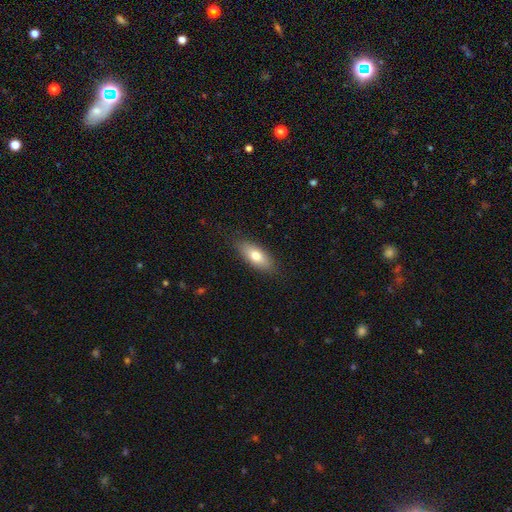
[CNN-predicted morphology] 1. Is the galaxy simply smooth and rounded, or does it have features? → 72% smooth, 21% featured or disk, 7% star or artifact.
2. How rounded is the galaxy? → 77% in between, 19% cigar-shaped, 4% round.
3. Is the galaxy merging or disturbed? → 85% none, 11% minor disturbance, 3% major disturbance, 1% merger.